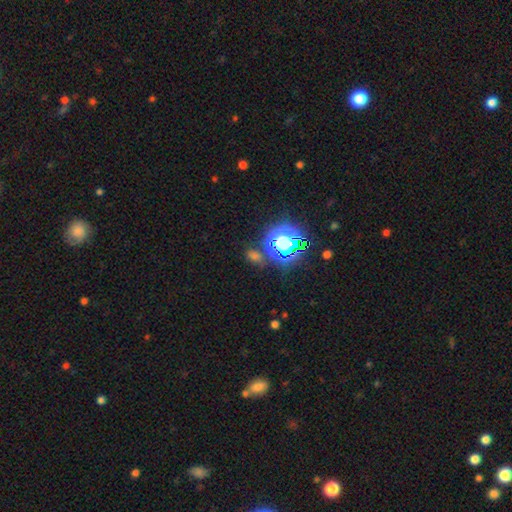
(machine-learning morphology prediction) Smooth or featured: star or artifact — 59% (smooth — 32%)